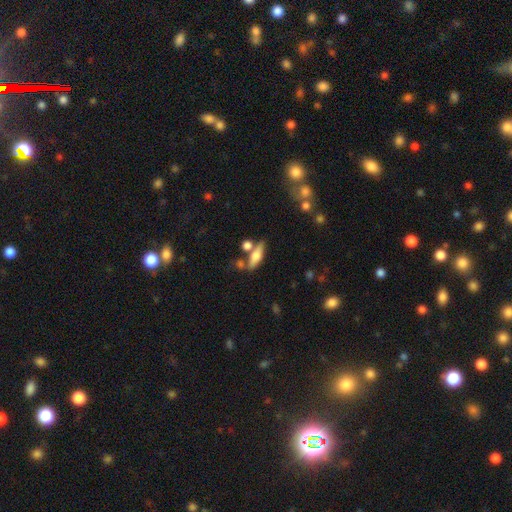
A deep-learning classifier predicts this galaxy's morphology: smooth 56%, featured or disk 36%, star or artifact 8%. Down the decision tree: how rounded — in between (52%); merging — none (60%).